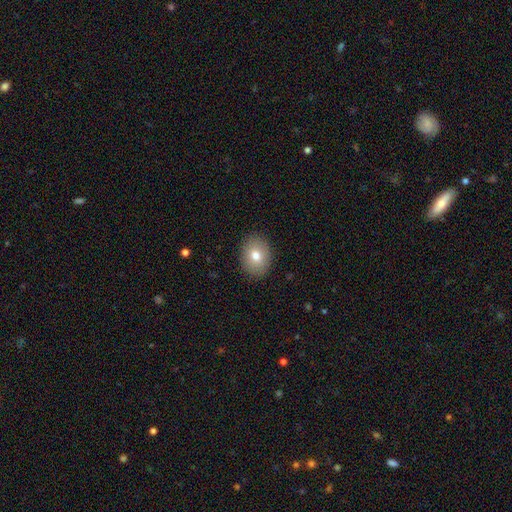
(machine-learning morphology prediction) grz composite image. It shows a smooth galaxy with no disk features (77%) that is in between round and cigar-shaped (62%). Merging: none (89%).